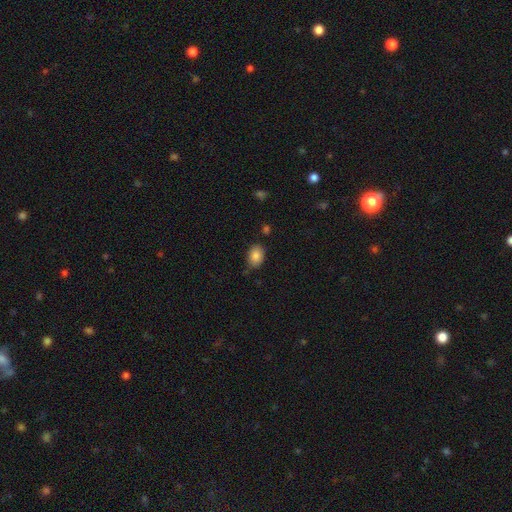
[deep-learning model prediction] smooth_or_featured: smooth (p=0.86) [alt: star or artifact p=0.08]
how_rounded: in between (p=0.75) [alt: round p=0.24]
merging: none (p=0.77) [alt: minor disturbance p=0.17]